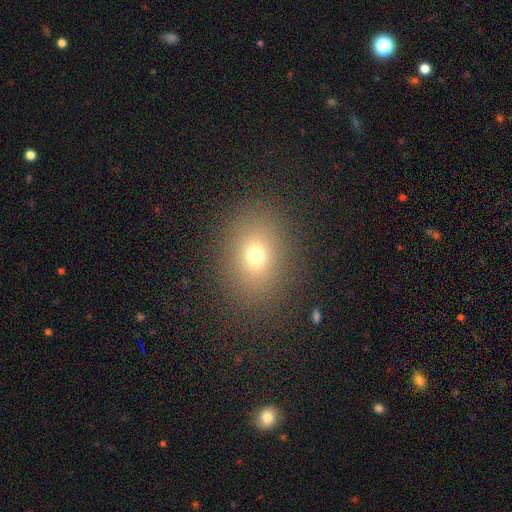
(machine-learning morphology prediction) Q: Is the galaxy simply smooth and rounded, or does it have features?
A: smooth — 70%.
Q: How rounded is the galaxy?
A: in between — 57%.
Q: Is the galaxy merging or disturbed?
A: none — 86%.